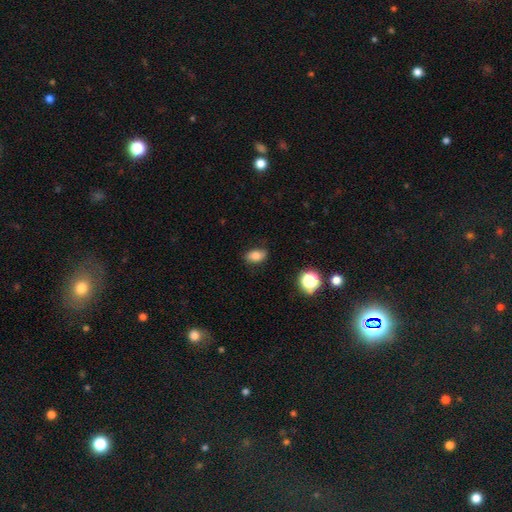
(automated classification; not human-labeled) smooth_or_featured: smooth (p=0.79) [alt: star or artifact p=0.11]
how_rounded: in between (p=0.86) [alt: round p=0.12]
merging: none (p=0.79) [alt: minor disturbance p=0.17]